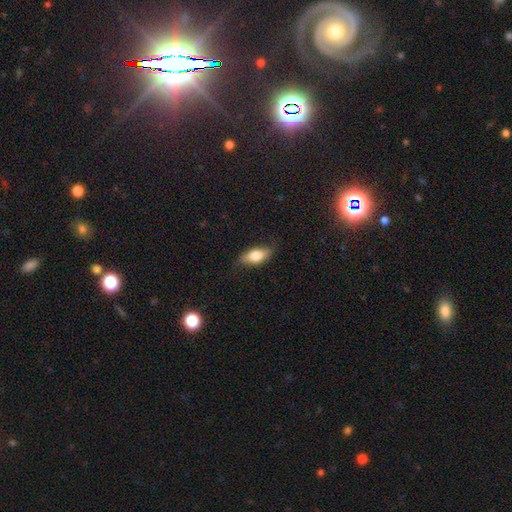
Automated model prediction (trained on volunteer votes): This appears to be a smooth galaxy with no disk features (73%) that is in between round and cigar-shaped (83%). Merging: none (75%).